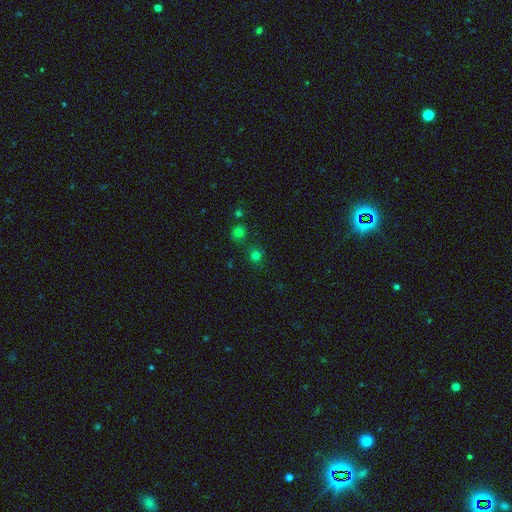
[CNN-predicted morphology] Smooth or featured? Predicted: smooth (p=0.69). How rounded? Predicted: round (p=0.90). Merging? Predicted: none (p=0.78).